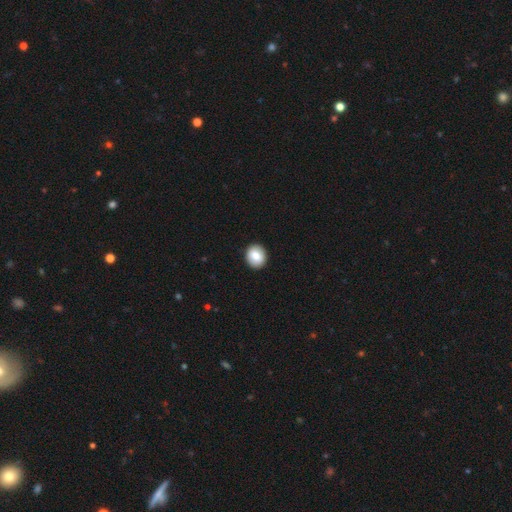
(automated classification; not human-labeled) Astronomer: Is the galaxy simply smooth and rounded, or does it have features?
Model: smooth — 80%.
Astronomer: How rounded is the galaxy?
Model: round — 77%.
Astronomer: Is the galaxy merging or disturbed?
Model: none — 92%.